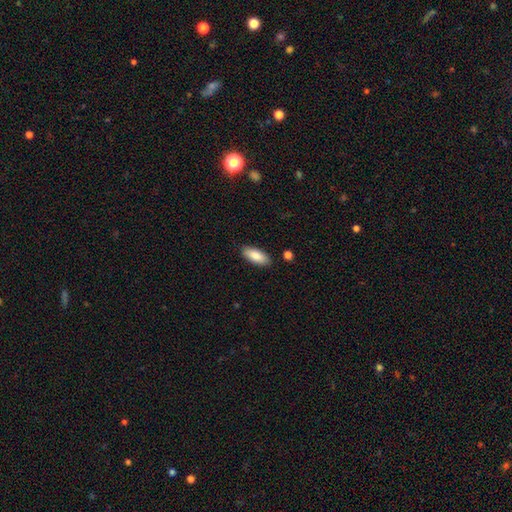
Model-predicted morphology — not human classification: This is clearly a smooth galaxy (85%). How rounded: clearly in between (83%). Merging: clearly none (87%).